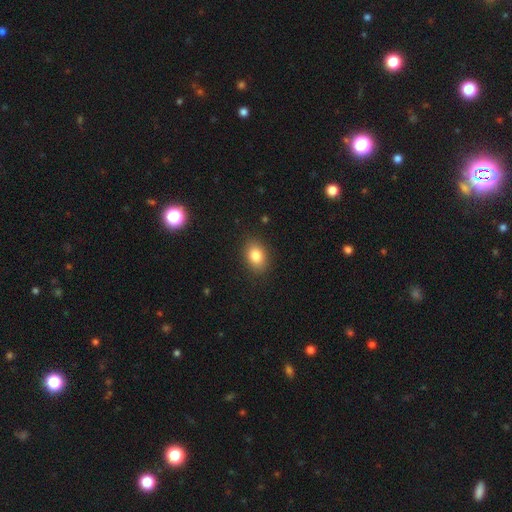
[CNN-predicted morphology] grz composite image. It shows a smooth galaxy with no disk features (83%) that is in between round and cigar-shaped (73%). Merging: none (87%).